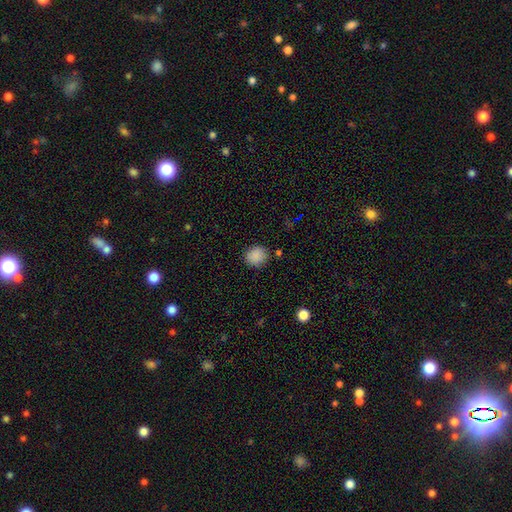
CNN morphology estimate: Smooth or featured?
  - smooth: 88% *
  - star or artifact: 9%
  - featured or disk: 3%
How rounded?
  - round: 81% *
  - in between: 18%
  - cigar-shaped: 1%
Merging?
  - none: 85% *
  - minor disturbance: 10%
  - major disturbance: 3%
  - merger: 3%